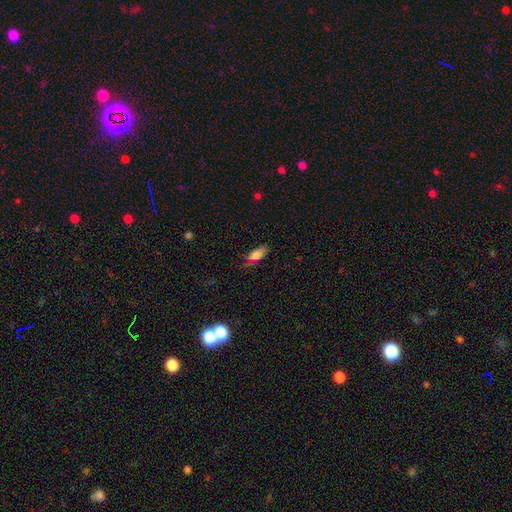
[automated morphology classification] Overall: smooth (72%). How rounded: in between (73%). Merging: none (66%).